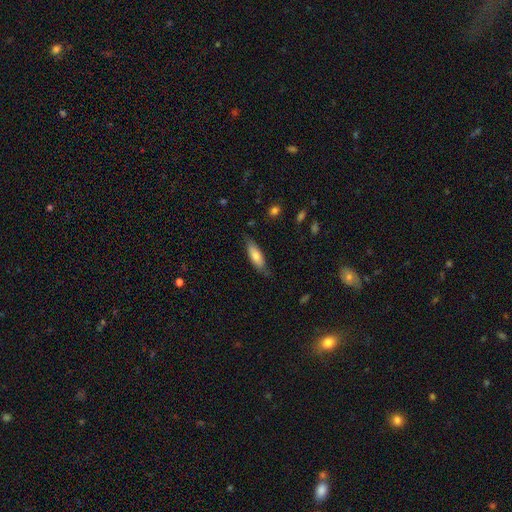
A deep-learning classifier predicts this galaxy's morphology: smooth 72%, featured or disk 22%, star or artifact 6%. Down the decision tree: how rounded — in between (57%); merging — none (73%).